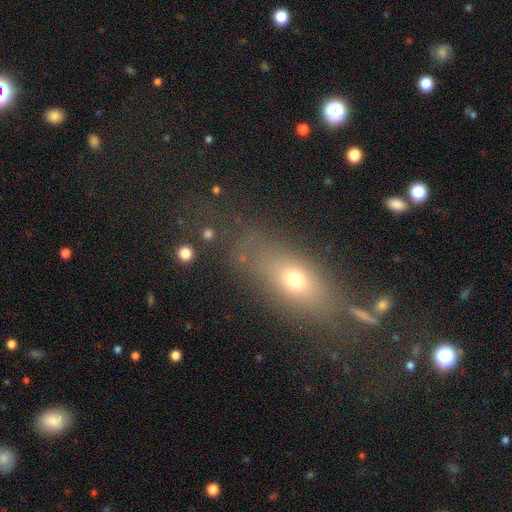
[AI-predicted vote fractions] smooth_or_featured: smooth (p=0.59) [alt: featured or disk p=0.21]
how_rounded: in between (p=0.61) [alt: cigar-shaped p=0.26]
merging: none (p=0.71) [alt: minor disturbance p=0.15]